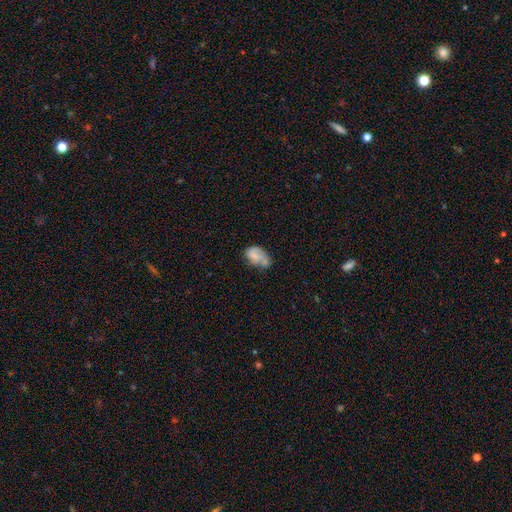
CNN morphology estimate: Q: Smooth or featured?
A: smooth (62%); runner-up: featured or disk (29%)
Q: How rounded?
A: in between (83%); runner-up: round (15%)
Q: Merging?
A: none (31%); runner-up: minor disturbance (30%)